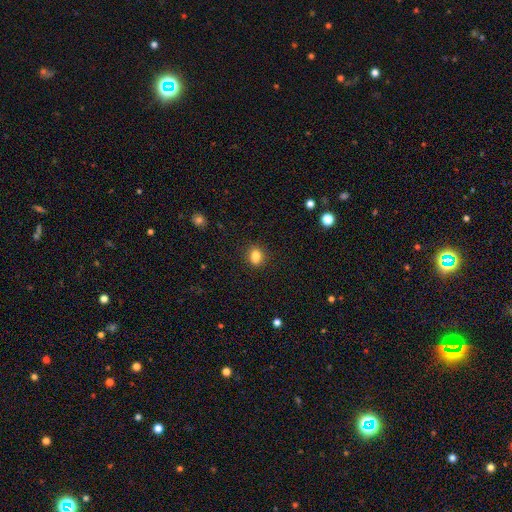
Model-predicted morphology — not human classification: smooth-or-featured: smooth: 80% | star or artifact: 11% | featured or disk: 9%
  how-rounded: round: 51% | in between: 47% | cigar-shaped: 2%
  merging: none: 76% | minor disturbance: 13% | merger: 8% | major disturbance: 3%